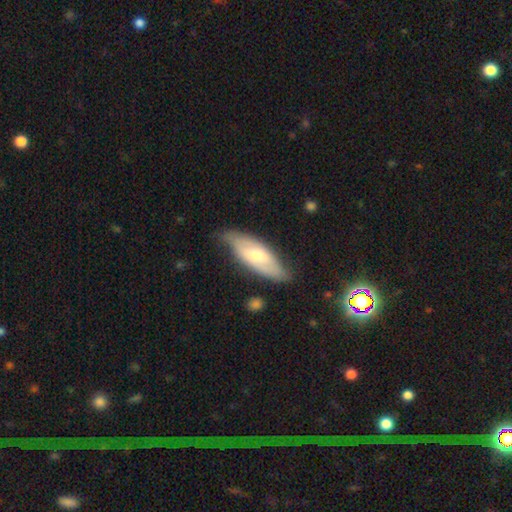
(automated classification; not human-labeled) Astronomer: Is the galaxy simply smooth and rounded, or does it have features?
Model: featured or disk — 47%, tied with smooth at 47%.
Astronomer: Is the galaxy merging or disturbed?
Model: none — 69%.